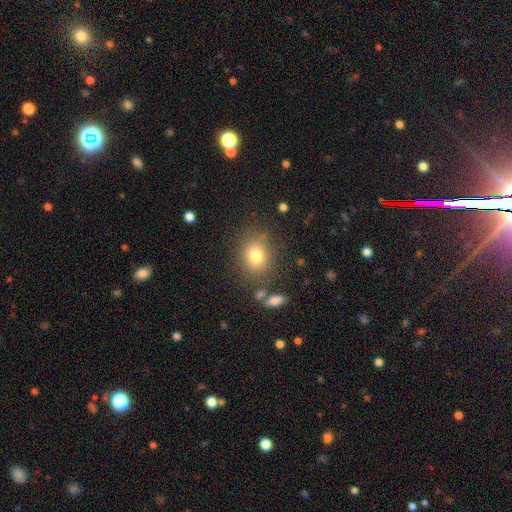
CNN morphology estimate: A smooth galaxy with no disk features (79%) that is round (51%). Merging: none (79%).